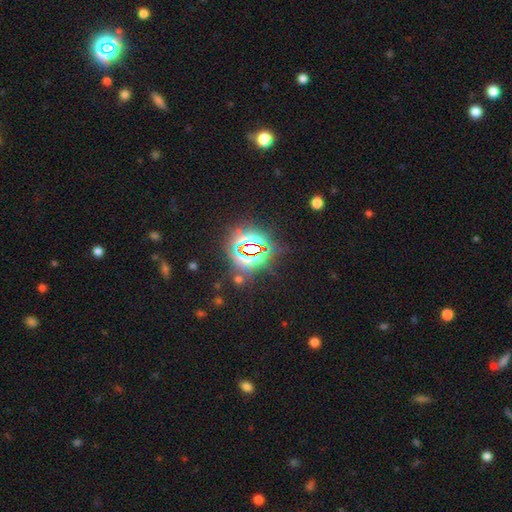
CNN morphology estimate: Smooth or featured? star or artifact (83%)